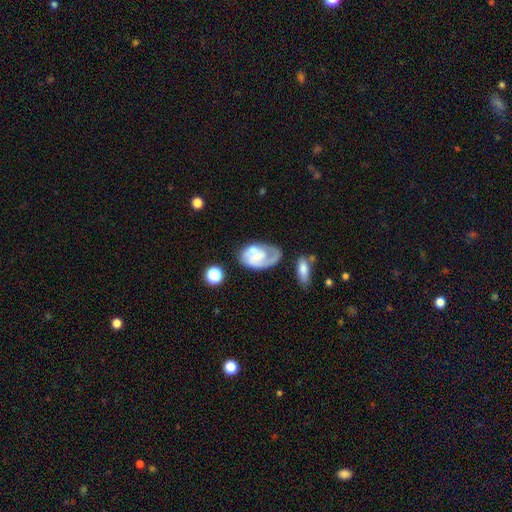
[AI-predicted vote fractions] A featured or disk galaxy (63%) with no bar (69%), 1 (42%) tight (44%) spiral arms (83%) and no central bulge (35%). Merging: none (46%).